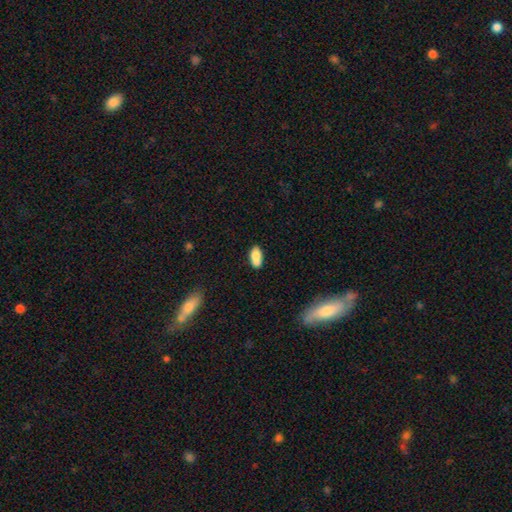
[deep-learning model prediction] Overall: smooth (77%). How rounded: in between (86%). Merging: none (45%; merger 33%).